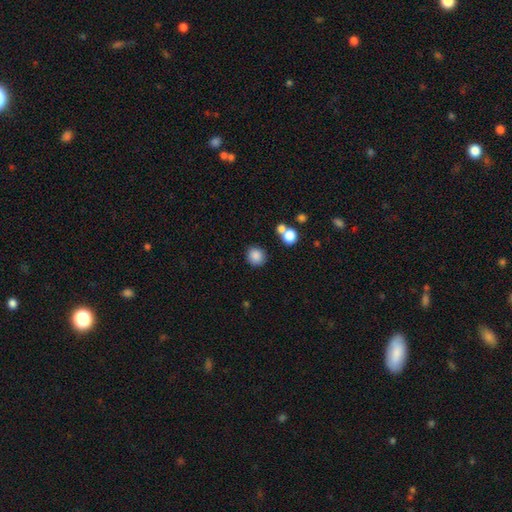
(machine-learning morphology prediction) Smooth or featured? smooth (86%)
How rounded? round (89%)
Merging? none (83%)